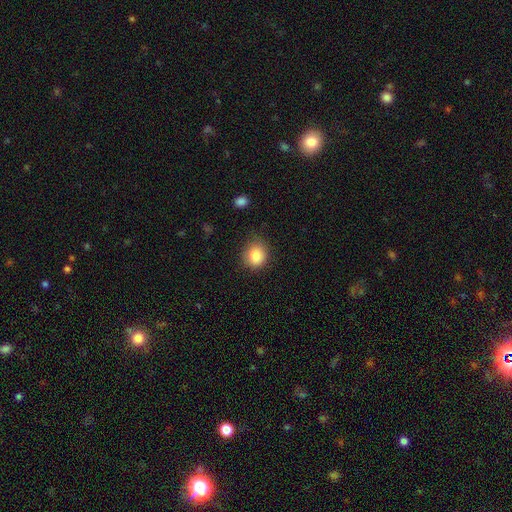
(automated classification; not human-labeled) Smooth or featured: smooth — 86% (star or artifact — 9%)
How rounded: round — 72% (in between — 27%)
Merging: none — 72% (minor disturbance — 22%)